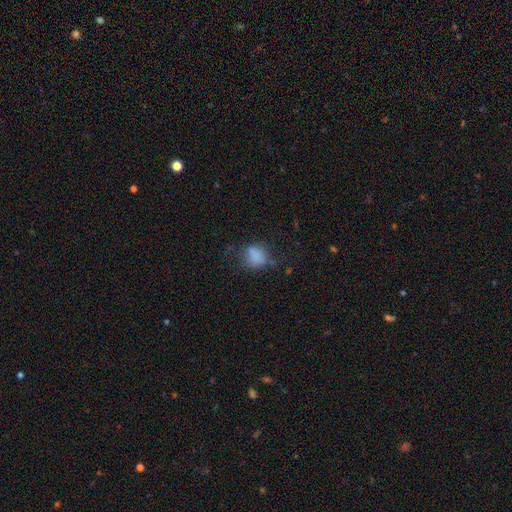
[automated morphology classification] Smooth or featured? Predicted: smooth (p=0.74). How rounded? Predicted: round (p=0.52). Merging? Predicted: none (p=0.47).